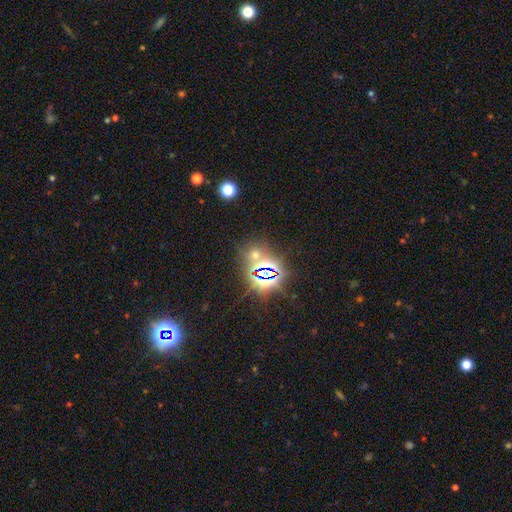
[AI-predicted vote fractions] Smooth or featured?
  - star or artifact: 67% *
  - smooth: 24%
  - featured or disk: 8%